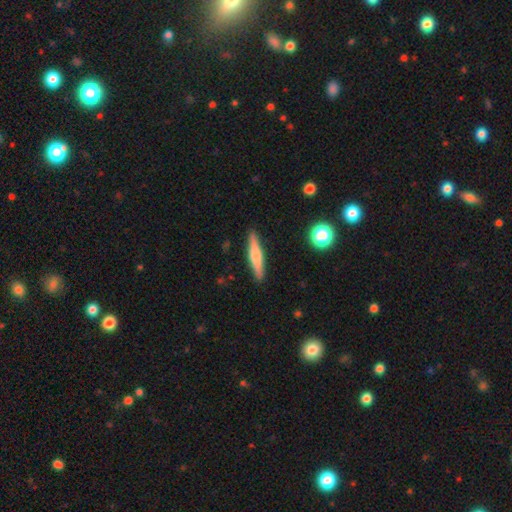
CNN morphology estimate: smooth_or_featured: smooth (p=0.55) [alt: featured or disk p=0.39]
how_rounded: cigar-shaped (p=0.89) [alt: in between p=0.09]
merging: none (p=0.90) [alt: minor disturbance p=0.07]